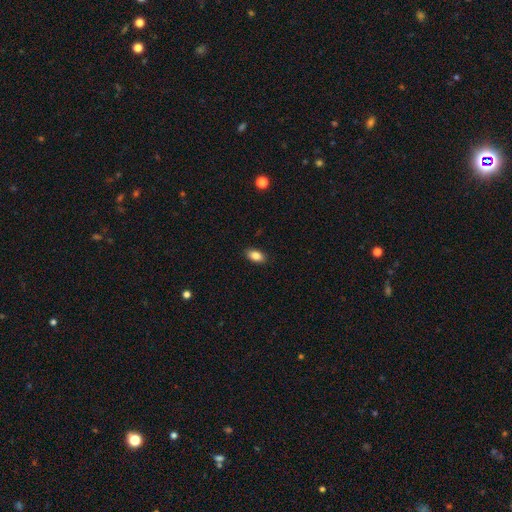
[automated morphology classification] Overall: smooth (85%). How rounded: in between (91%). Merging: none (89%).